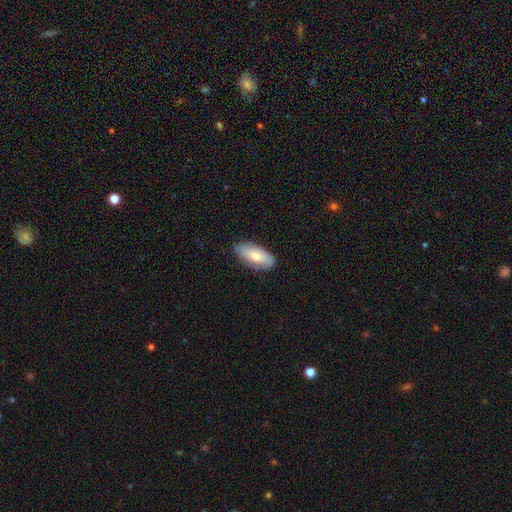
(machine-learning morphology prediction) This appears to be a smooth galaxy with no disk features (62%) that is in between round and cigar-shaped (89%). Merging: none (77%).